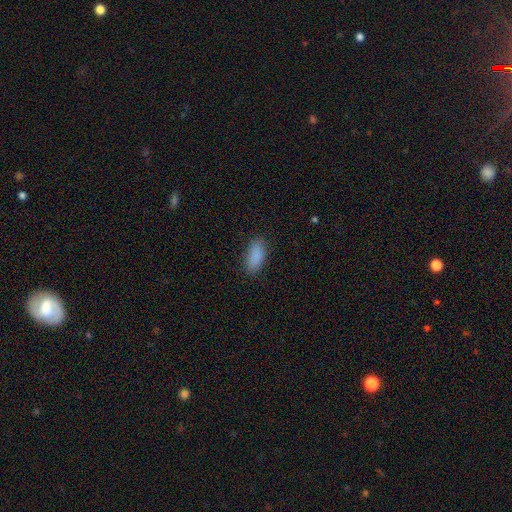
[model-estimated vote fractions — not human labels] Morphology: type=smooth (88%); roundness=in between (88%); merging=none (81%).